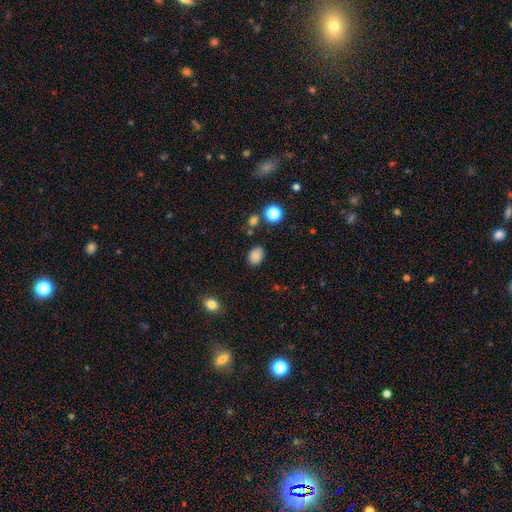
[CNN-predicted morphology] The model was most divided on "how rounded": in between: 75%, round: 24%, cigar-shaped: 1%. More confident: smooth or featured — smooth (83%); merging — none (82%).